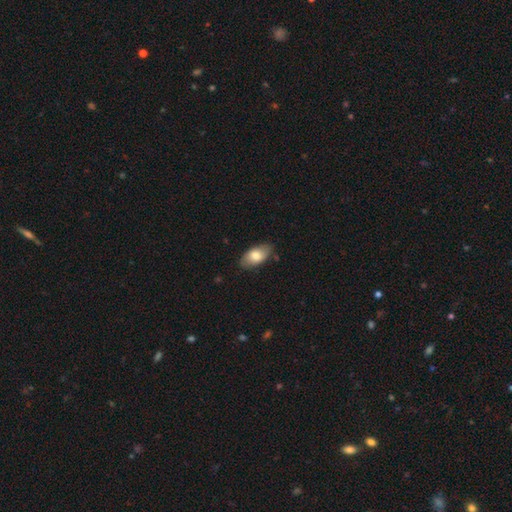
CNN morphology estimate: Smooth or featured?
  - smooth: 77% *
  - featured or disk: 17%
  - star or artifact: 6%
How rounded?
  - in between: 93% *
  - round: 4%
  - cigar-shaped: 3%
Merging?
  - none: 82% *
  - minor disturbance: 14%
  - major disturbance: 3%
  - merger: 1%